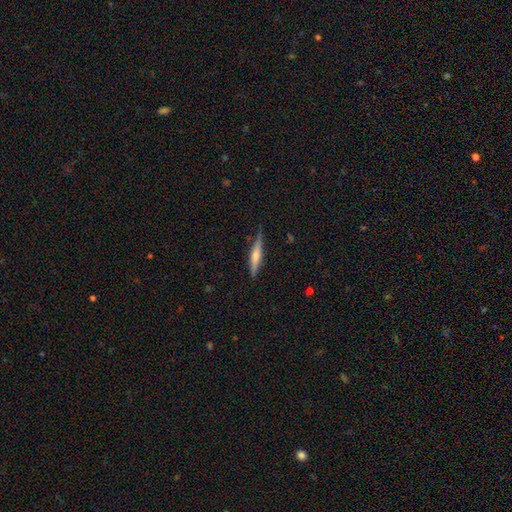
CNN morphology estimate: Smooth or featured? featured or disk (51%)
Edge-on disk? yes (96%)
Merging? none (81%)